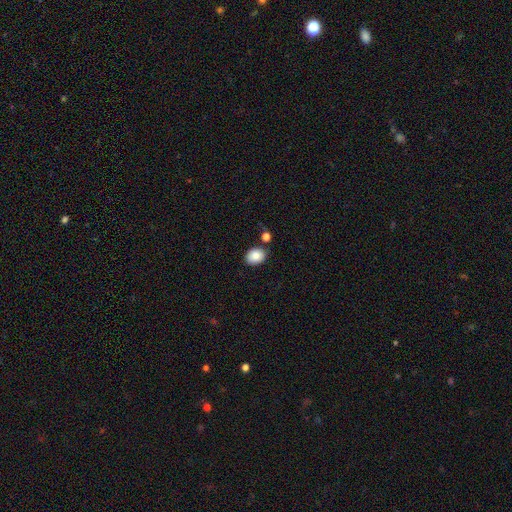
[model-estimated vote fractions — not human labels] Morphology: type=smooth (84%); roundness=in between (64%); merging=none (80%).